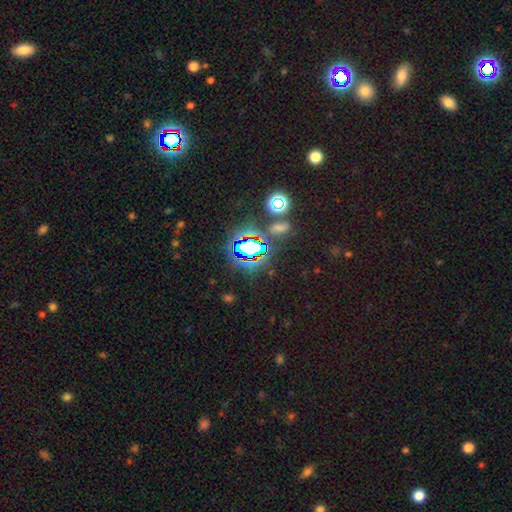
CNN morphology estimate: Smooth or featured? star or artifact (76%)